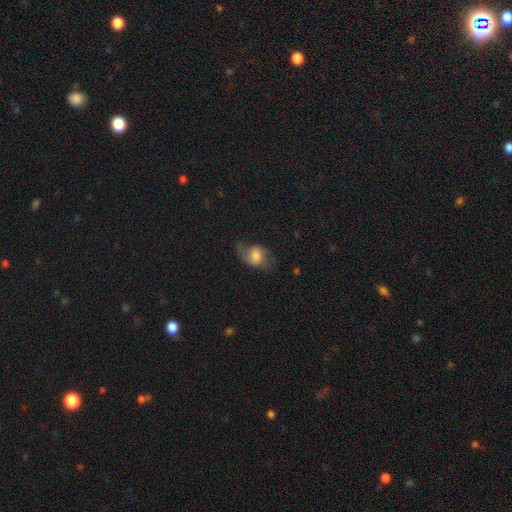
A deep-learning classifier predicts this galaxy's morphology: A smooth galaxy with no disk features (48%).

Vote fractions:
- Smooth or featured? smooth: 48% / featured or disk: 43% / star or artifact: 9%
- Merging? none: 53% / minor disturbance: 26% / major disturbance: 19% / merger: 2%